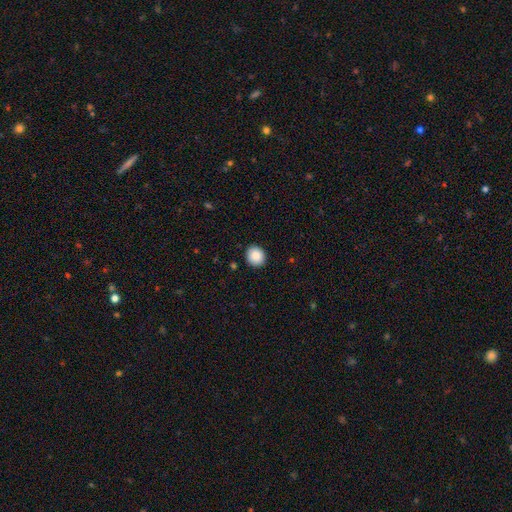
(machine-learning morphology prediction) This is clearly a smooth galaxy (88%). How rounded: clearly round (83%). Merging: clearly none (90%).